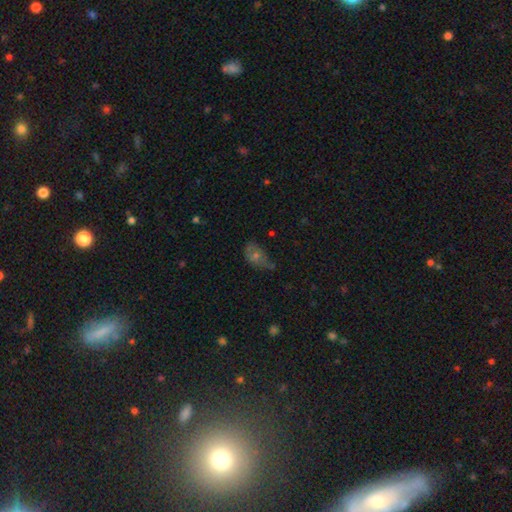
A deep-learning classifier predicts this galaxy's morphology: smooth 43%, featured or disk 37%, star or artifact 21%. Down the decision tree: merging — none (43%).